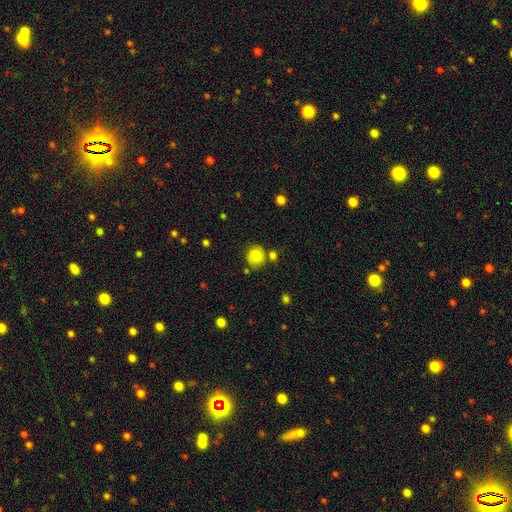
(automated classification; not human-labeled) Smooth or featured: smooth — 83% (star or artifact — 9%)
How rounded: round — 83% (in between — 16%)
Merging: none — 72% (minor disturbance — 13%)